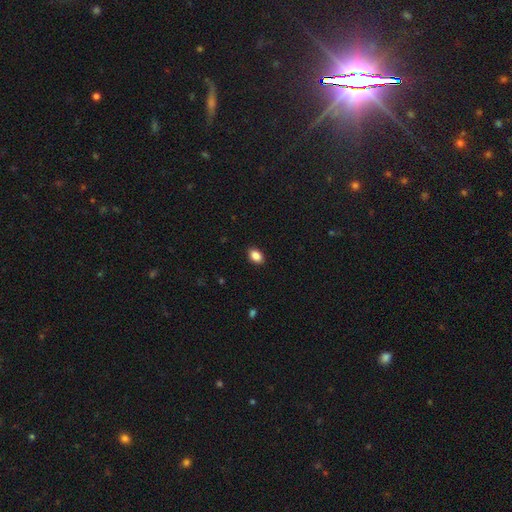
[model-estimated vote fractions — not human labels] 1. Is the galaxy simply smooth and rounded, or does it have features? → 88% smooth, 8% star or artifact, 4% featured or disk.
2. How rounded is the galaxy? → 87% in between, 12% round, 1% cigar-shaped.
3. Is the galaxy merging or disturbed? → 90% none, 8% minor disturbance, 2% major disturbance, 1% merger.